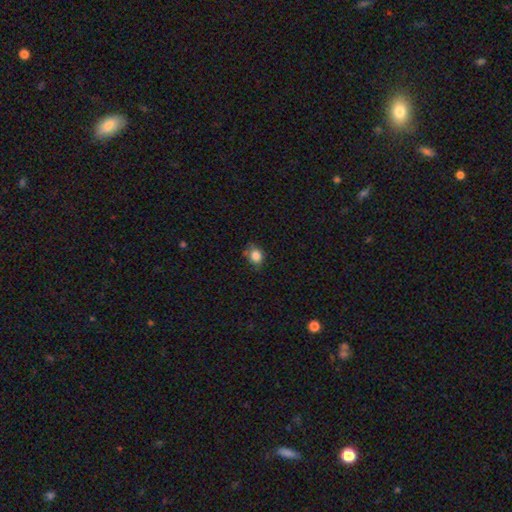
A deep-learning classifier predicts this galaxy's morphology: This is clearly a smooth galaxy (84%). How rounded: possibly round (56%). Merging: likely none (66%).